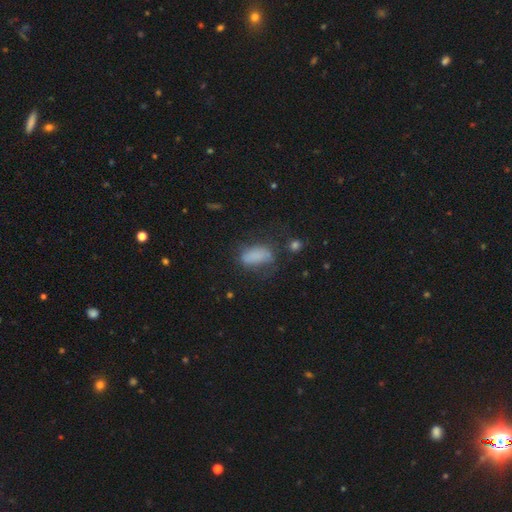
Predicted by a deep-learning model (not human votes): Morphology: type=smooth (76%); roundness=in between (85%); merging=none (48%).